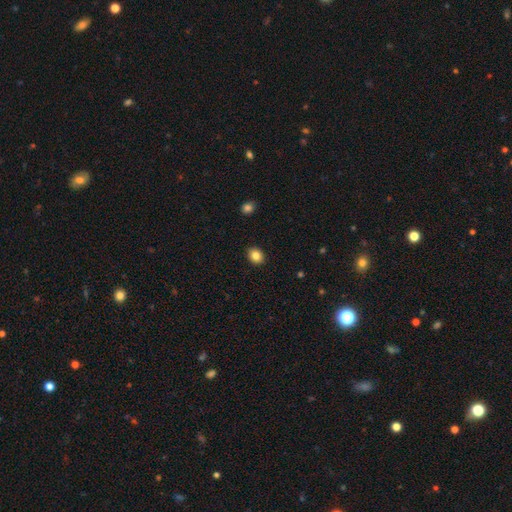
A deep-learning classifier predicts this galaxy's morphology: Q: Smooth or featured?
A: smooth (84%); runner-up: star or artifact (10%)
Q: How rounded?
A: round (53%); runner-up: in between (46%)
Q: Merging?
A: none (91%); runner-up: minor disturbance (6%)